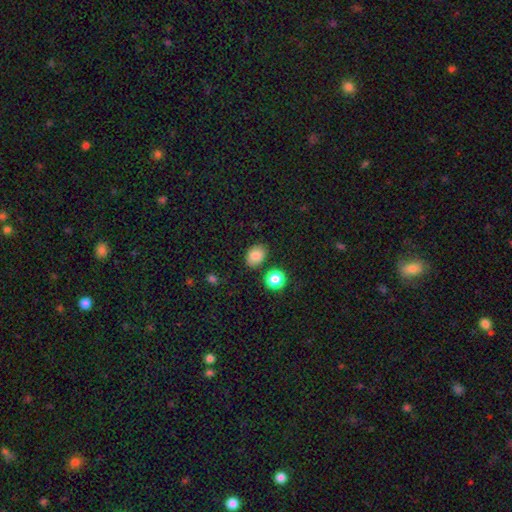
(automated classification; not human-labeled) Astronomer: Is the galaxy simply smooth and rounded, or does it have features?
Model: smooth — 84%.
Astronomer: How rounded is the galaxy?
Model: in between — 70%.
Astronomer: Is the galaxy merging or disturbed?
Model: none — 80%.